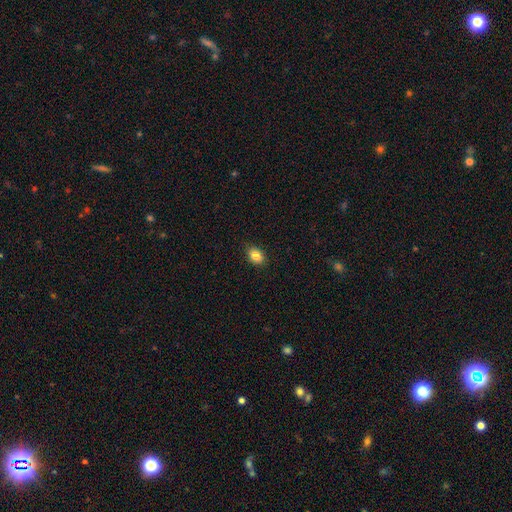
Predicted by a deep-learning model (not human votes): A smooth galaxy with no disk features (83%) that is in between round and cigar-shaped (77%). Merging: none (87%).